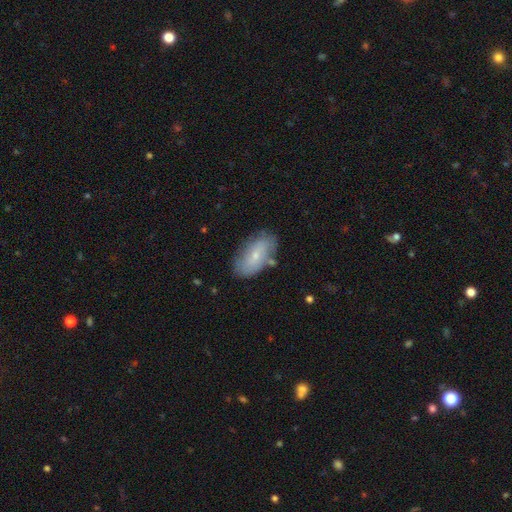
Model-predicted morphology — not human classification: Smooth or featured? smooth (61%)
How rounded? in between (92%)
Merging? none (72%)